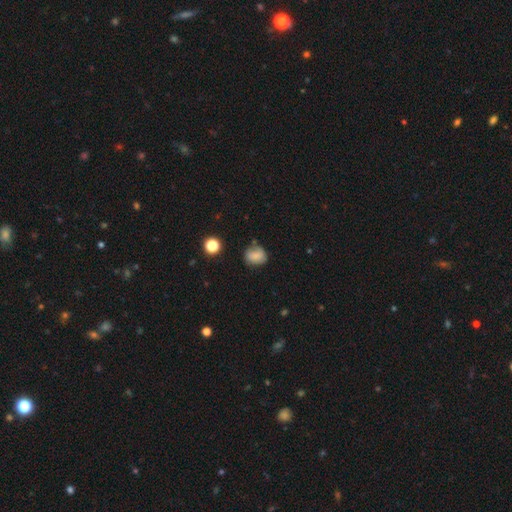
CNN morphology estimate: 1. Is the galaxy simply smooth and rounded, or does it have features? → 79% smooth, 11% star or artifact, 10% featured or disk.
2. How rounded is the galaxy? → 56% round, 43% in between, 1% cigar-shaped.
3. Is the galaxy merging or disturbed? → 61% none, 26% minor disturbance, 7% major disturbance, 6% merger.